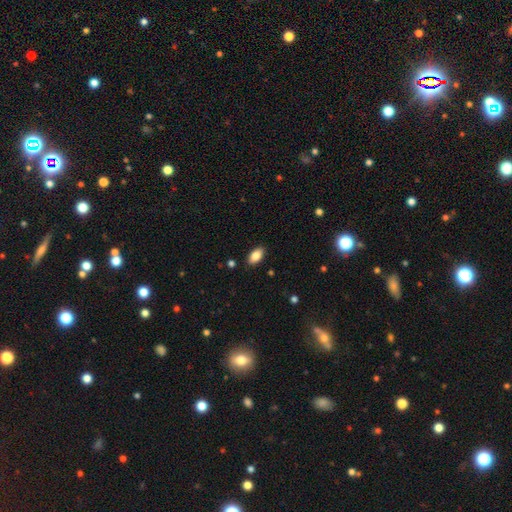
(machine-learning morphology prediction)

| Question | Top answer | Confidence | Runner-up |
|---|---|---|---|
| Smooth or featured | smooth | 85% | star or artifact (8%) |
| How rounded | in between | 93% | round (4%) |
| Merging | none | 88% | minor disturbance (9%) |